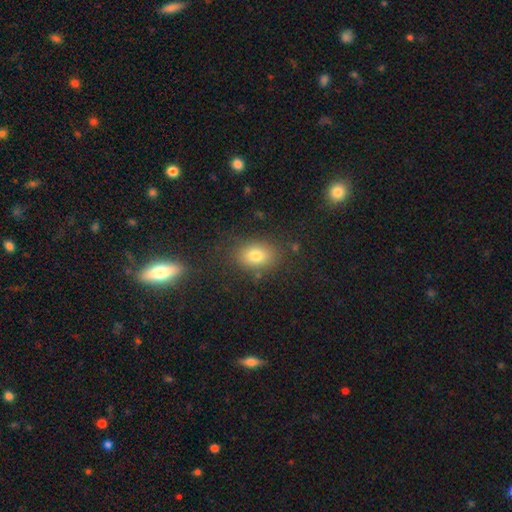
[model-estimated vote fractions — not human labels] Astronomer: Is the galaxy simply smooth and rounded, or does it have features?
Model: smooth — 79%.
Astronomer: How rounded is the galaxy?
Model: in between — 73%.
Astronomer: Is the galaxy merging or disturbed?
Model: none — 81%.